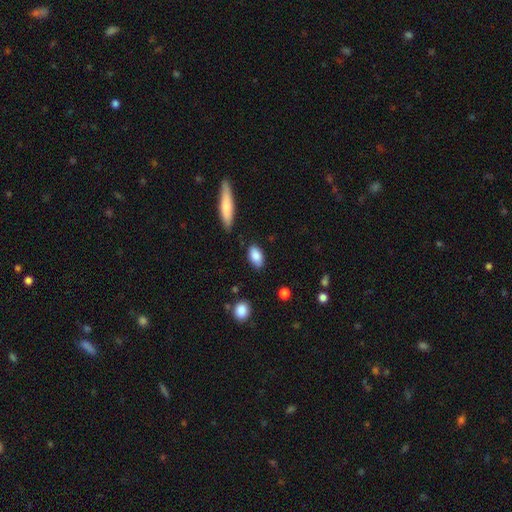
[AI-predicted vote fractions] Smooth or featured?
  - smooth: 86% *
  - featured or disk: 8%
  - star or artifact: 7%
How rounded?
  - in between: 90% *
  - cigar-shaped: 5%
  - round: 5%
Merging?
  - none: 81% *
  - minor disturbance: 14%
  - major disturbance: 3%
  - merger: 2%